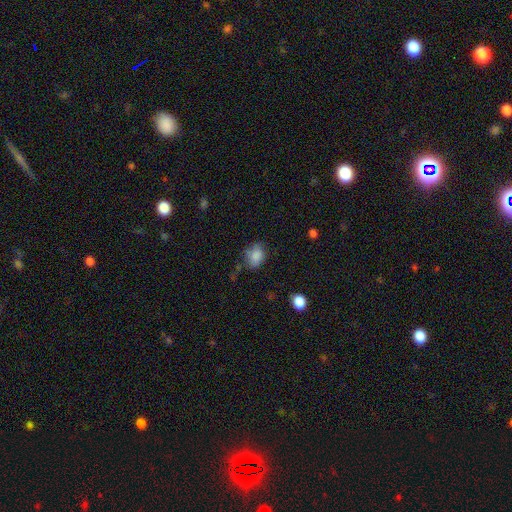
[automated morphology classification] A smooth galaxy with no disk features (82%) that is in between round and cigar-shaped (65%).

Vote fractions:
- Smooth or featured? smooth: 82% / star or artifact: 9% / featured or disk: 9%
- How rounded? in between: 65% / round: 34% / cigar-shaped: 1%
- Merging? none: 59% / minor disturbance: 28% / major disturbance: 9% / merger: 4%